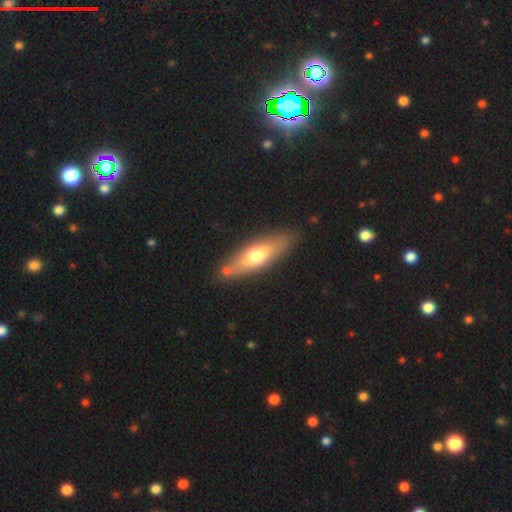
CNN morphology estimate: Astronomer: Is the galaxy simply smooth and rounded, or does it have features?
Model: smooth — 56% (runner-up: featured or disk, 38%).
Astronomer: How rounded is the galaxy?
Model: cigar-shaped — 51% (runner-up: in between, 46%).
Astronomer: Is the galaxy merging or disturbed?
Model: none — 81%.